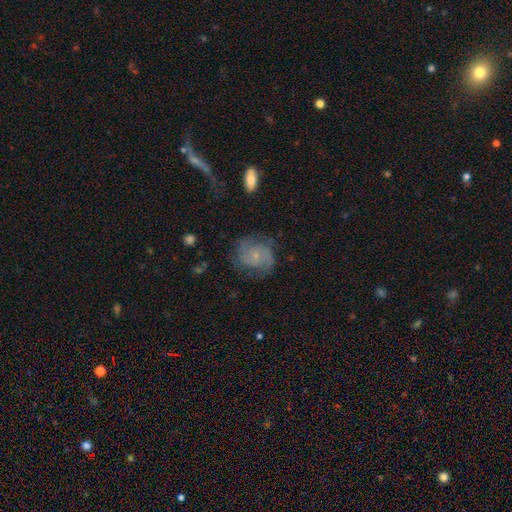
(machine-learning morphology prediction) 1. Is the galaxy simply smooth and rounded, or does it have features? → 63% featured or disk, 28% smooth, 9% star or artifact.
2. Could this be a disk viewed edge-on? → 97% no, 3% yes.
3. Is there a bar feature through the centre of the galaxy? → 73% no, 23% weak, 4% strong.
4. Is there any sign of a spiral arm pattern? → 89% yes, 11% no.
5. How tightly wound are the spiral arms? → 44% medium, 34% tight, 22% loose.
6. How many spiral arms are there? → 67% 2, 18% can't tell, 7% 3, 4% 1, 3% 4, 2% more than 4.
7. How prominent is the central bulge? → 73% small, 15% moderate, 9% none, 1% large, 1% dominant.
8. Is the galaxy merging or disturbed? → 67% none, 20% minor disturbance, 11% major disturbance, 2% merger.